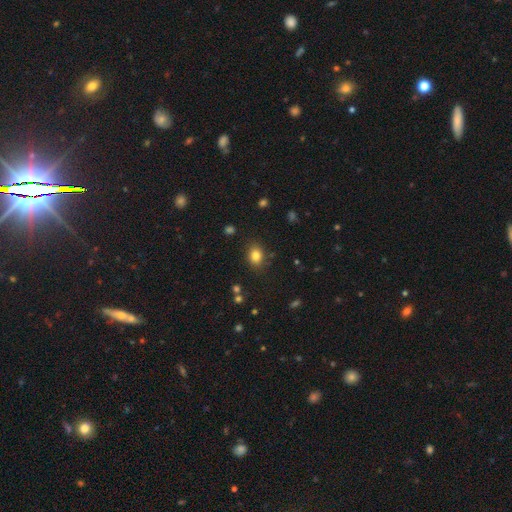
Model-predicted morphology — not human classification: smooth 83%, star or artifact 11%, featured or disk 6%. Down the decision tree: how rounded — in between (63%); merging — none (83%).